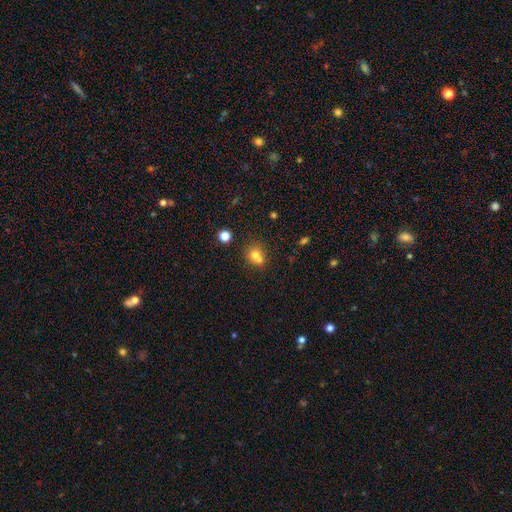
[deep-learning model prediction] A smooth galaxy with no disk features (70%) that is round (74%). Merging: merger (46%).